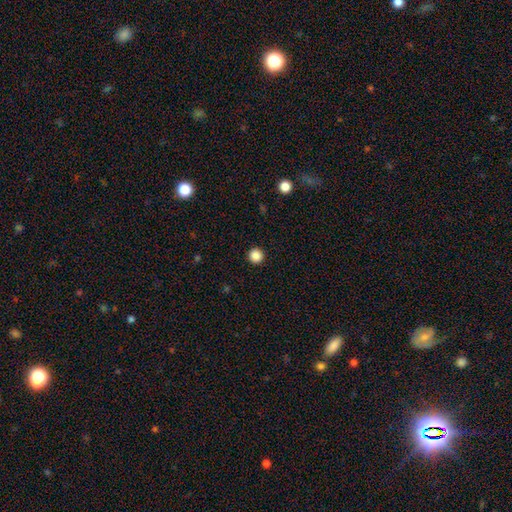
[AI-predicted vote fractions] Overall: smooth (87%). How rounded: round (96%). Merging: none (94%).